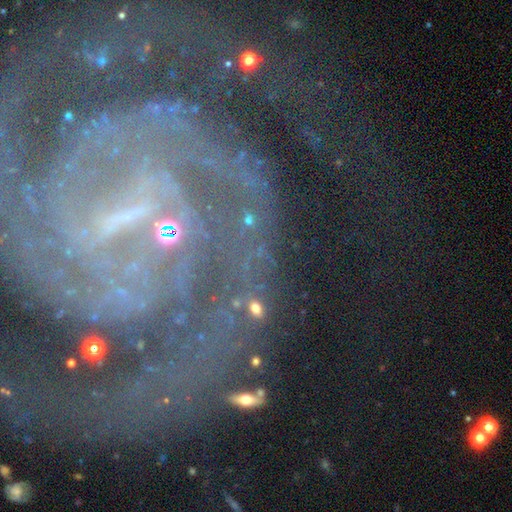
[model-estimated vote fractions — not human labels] This is possibly a featured or disk galaxy (59%). It is clearly not viewed edge-on (92%). Bar: marginally no (36%). Spiral arm pattern: likely yes (80%). Central bulge: possibly small (48%). Merging: likely none (63%).